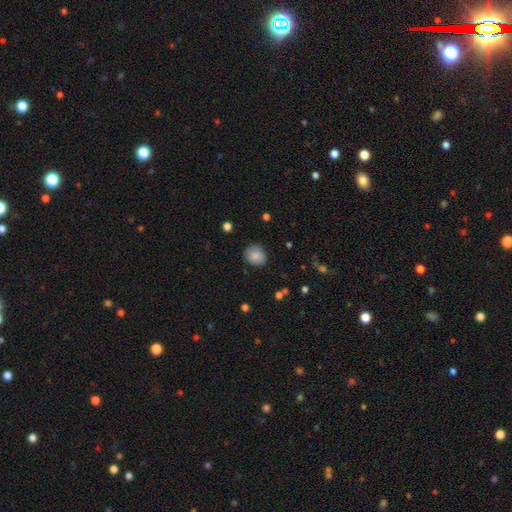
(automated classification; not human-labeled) Smooth or featured: smooth — 85% (star or artifact — 8%)
How rounded: round — 76% (in between — 23%)
Merging: none — 79% (minor disturbance — 16%)